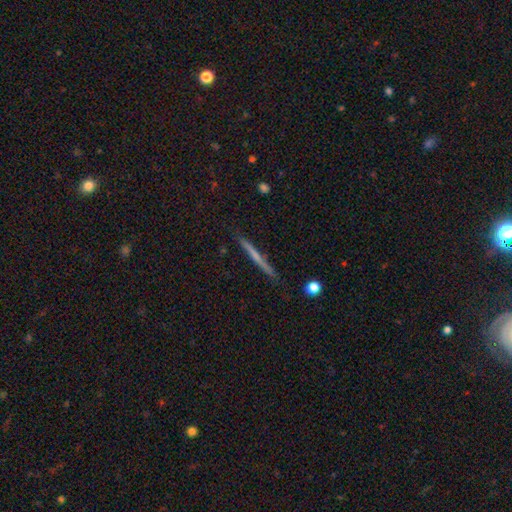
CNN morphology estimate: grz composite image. It shows a featured or disk galaxy (52%) viewed edge-on (97%) with no central bulge (76%). Merging: none (88%).